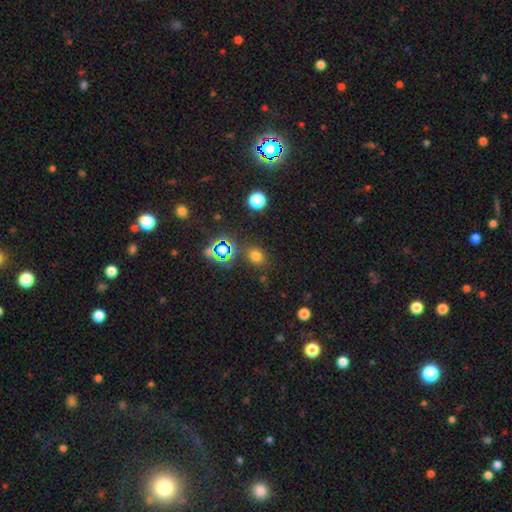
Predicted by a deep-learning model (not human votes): Smooth or featured? Predicted: smooth (p=0.67). How rounded? Predicted: round (p=0.66). Merging? Predicted: none (p=0.81).